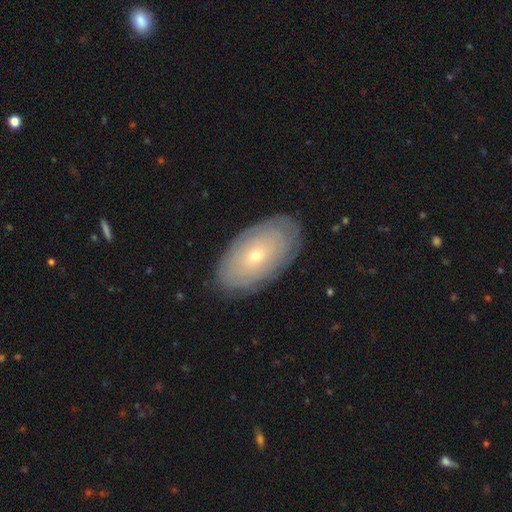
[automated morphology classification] This appears to be a featured or disk galaxy (57%) with no bar (87%), spiral arms (59%) and a small central bulge (72%). Merging: none (83%).